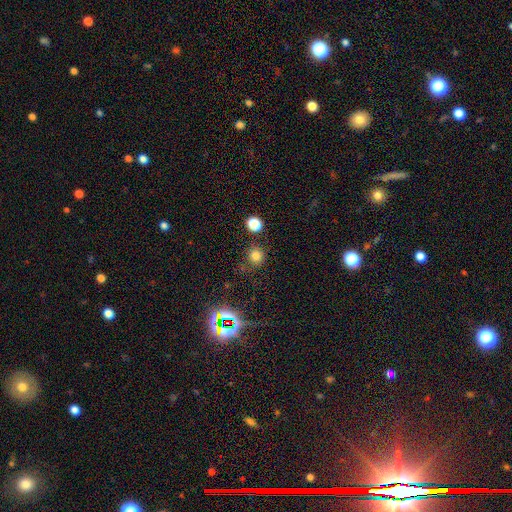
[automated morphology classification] smooth-or-featured: smooth: 75% | star or artifact: 19% | featured or disk: 6%
  how-rounded: round: 88% | in between: 11% | cigar-shaped: 1%
  merging: none: 77% | minor disturbance: 12% | merger: 6% | major disturbance: 4%